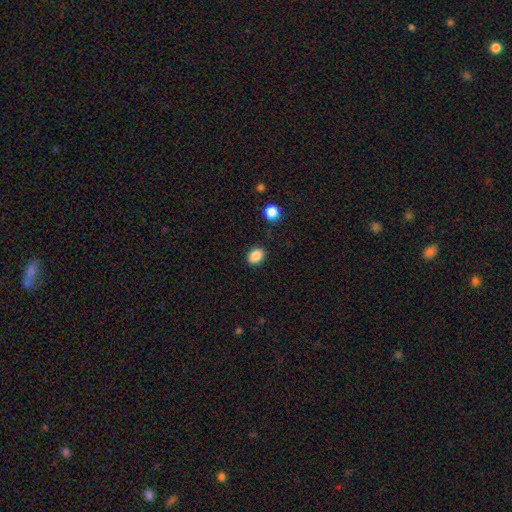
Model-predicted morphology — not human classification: smooth_or_featured: smooth (p=0.87) [alt: star or artifact p=0.09]
how_rounded: in between (p=0.62) [alt: round p=0.37]
merging: none (p=0.86) [alt: minor disturbance p=0.10]